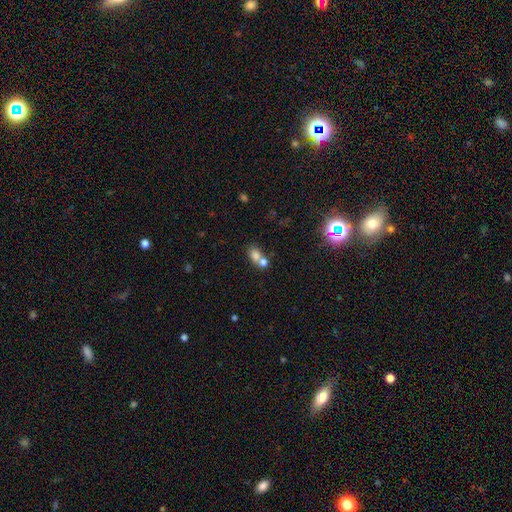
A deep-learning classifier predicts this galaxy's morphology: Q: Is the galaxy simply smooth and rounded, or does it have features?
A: smooth — 74%.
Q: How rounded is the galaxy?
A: in between — 54%.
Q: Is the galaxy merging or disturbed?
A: merger — 55%.